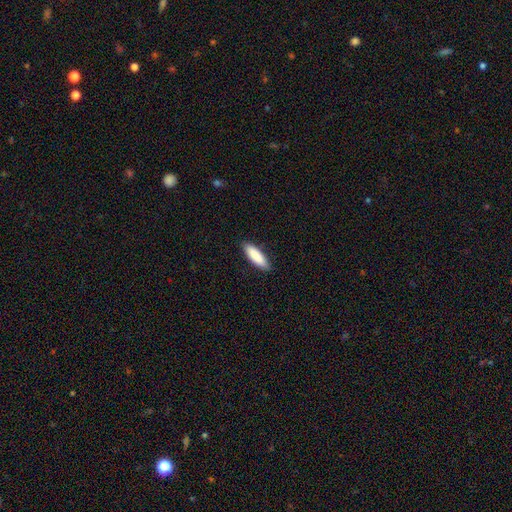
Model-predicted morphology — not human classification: This is clearly a smooth galaxy (88%). How rounded: possibly in between (50%). Merging: clearly none (89%).